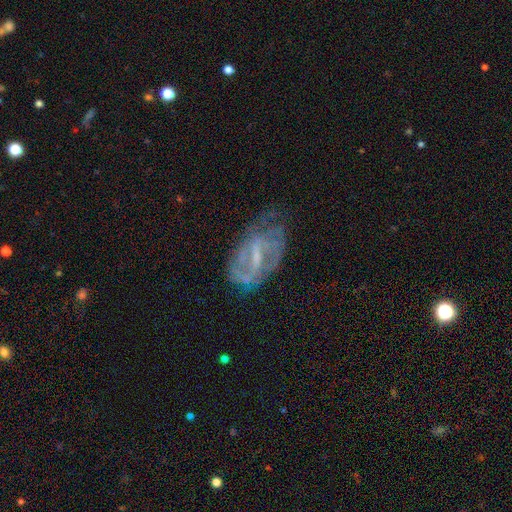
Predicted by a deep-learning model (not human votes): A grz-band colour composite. It shows a featured or disk galaxy (74%) with a weak bar (50%), 2 (40%) medium (42%) spiral arms (76%) and a small central bulge (43%). Merging: none (50%).